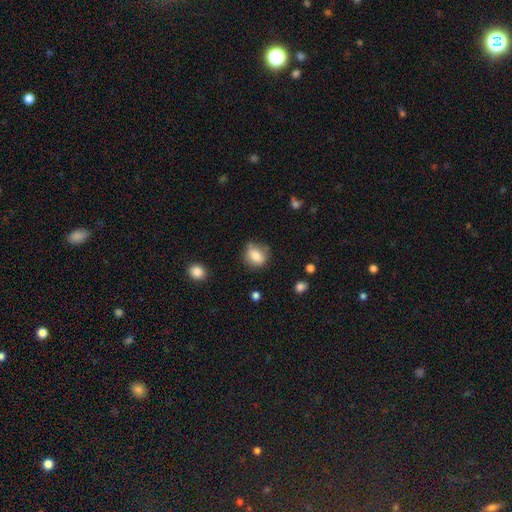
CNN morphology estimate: Q: Smooth or featured?
A: smooth (78%); runner-up: featured or disk (13%)
Q: How rounded?
A: round (52%); runner-up: in between (46%)
Q: Merging?
A: none (67%); runner-up: minor disturbance (23%)